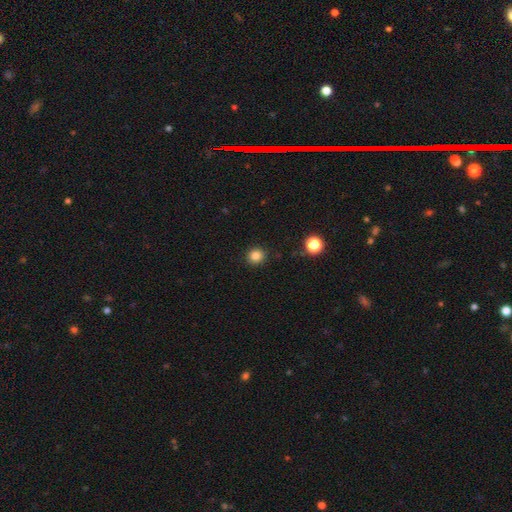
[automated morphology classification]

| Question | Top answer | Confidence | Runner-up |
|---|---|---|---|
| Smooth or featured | smooth | 84% | star or artifact (12%) |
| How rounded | round | 89% | in between (10%) |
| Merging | none | 91% | minor disturbance (6%) |